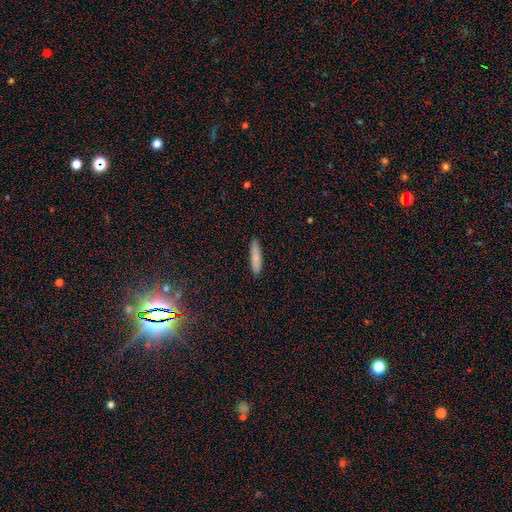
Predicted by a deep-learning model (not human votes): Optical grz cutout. It shows a smooth galaxy with no disk features (83%) that is cigar-shaped (77%). Merging: none (89%).